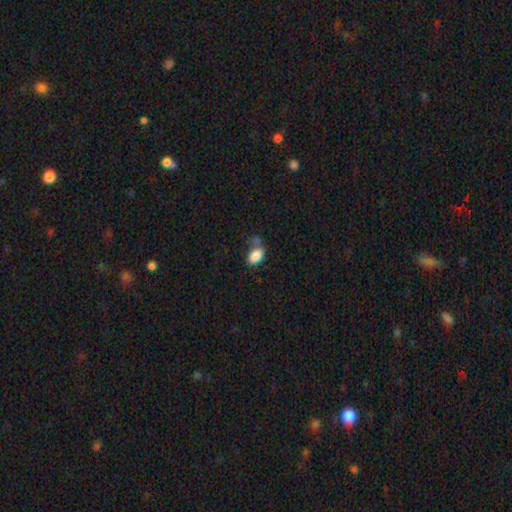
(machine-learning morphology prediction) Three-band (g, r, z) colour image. It shows a smooth galaxy with no disk features (85%) that is in between round and cigar-shaped (91%). Merging: none (47%).